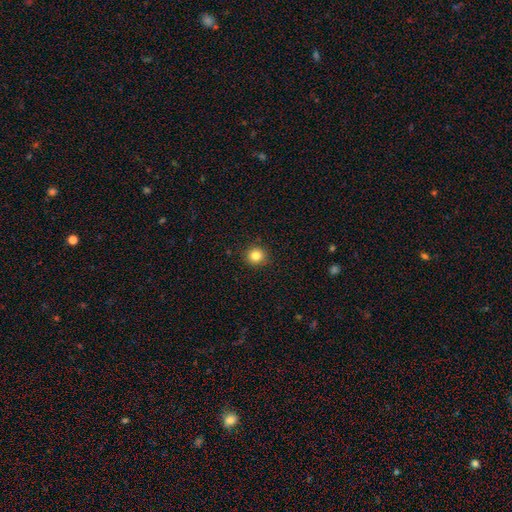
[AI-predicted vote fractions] A smooth galaxy with no disk features (82%) that is round (92%). Merging: none (91%).